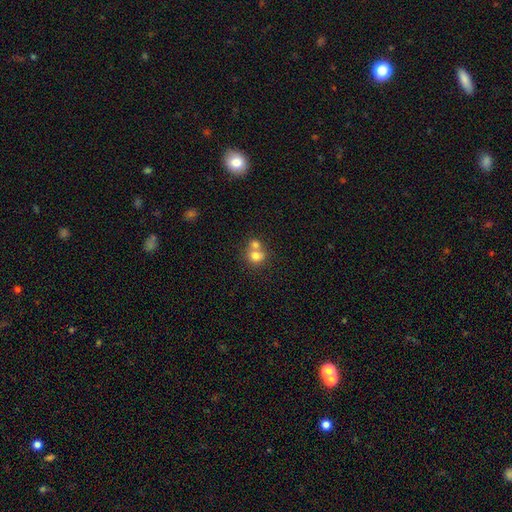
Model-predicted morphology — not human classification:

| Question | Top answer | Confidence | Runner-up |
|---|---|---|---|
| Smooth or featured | smooth | 74% | featured or disk (15%) |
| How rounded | round | 75% | in between (24%) |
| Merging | merger | 58% | none (33%) |